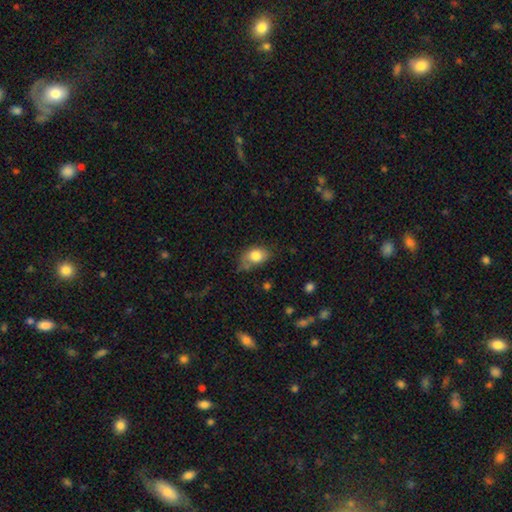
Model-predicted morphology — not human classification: smooth-or-featured: smooth: 80% | featured or disk: 12% | star or artifact: 8%
  how-rounded: in between: 78% | round: 21% | cigar-shaped: 1%
  merging: none: 51% | minor disturbance: 33% | major disturbance: 12% | merger: 5%